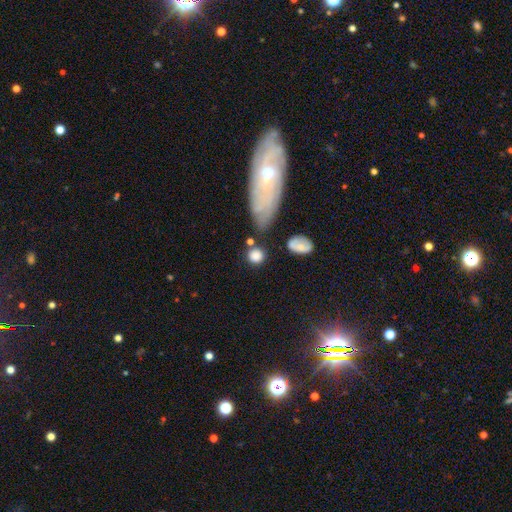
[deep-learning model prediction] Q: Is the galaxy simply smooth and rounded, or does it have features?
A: smooth — 83%.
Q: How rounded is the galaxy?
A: round — 87%.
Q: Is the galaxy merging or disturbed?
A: none — 68%.